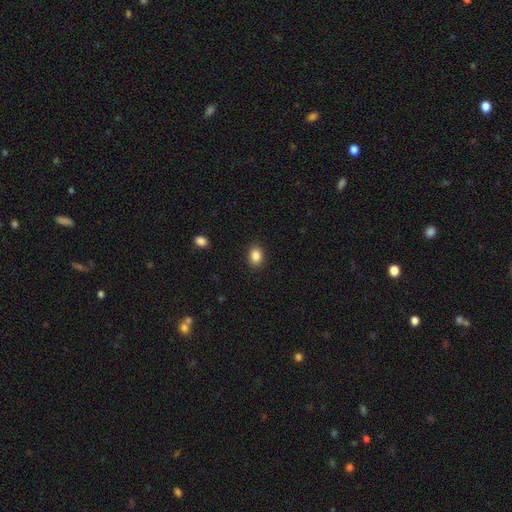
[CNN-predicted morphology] The model was most divided on "how rounded": in between: 65%, round: 34%, cigar-shaped: 1%. More confident: merging — none (88%); smooth or featured — smooth (86%).